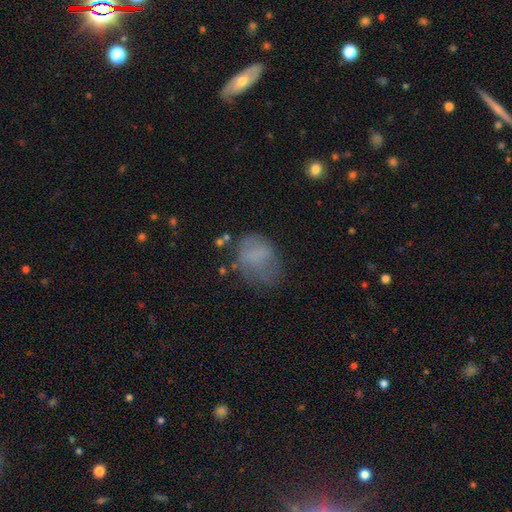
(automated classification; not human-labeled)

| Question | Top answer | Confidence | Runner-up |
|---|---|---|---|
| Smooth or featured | smooth | 63% | featured or disk (25%) |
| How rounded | in between | 66% | round (32%) |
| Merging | none | 41% | minor disturbance (30%) |